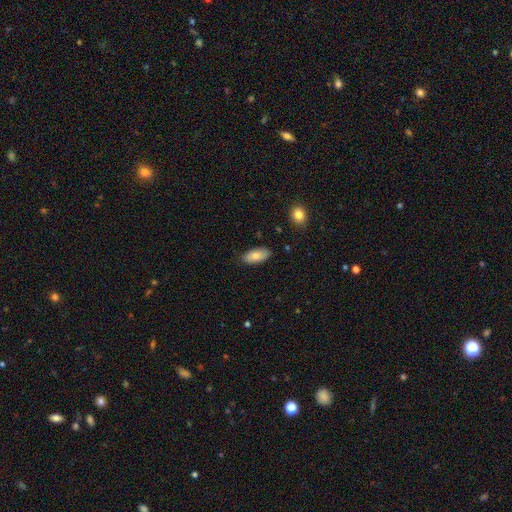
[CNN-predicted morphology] Smooth or featured?
  - smooth: 79% *
  - featured or disk: 14%
  - star or artifact: 7%
How rounded?
  - in between: 91% *
  - cigar-shaped: 6%
  - round: 2%
Merging?
  - none: 83% *
  - minor disturbance: 13%
  - major disturbance: 2%
  - merger: 1%